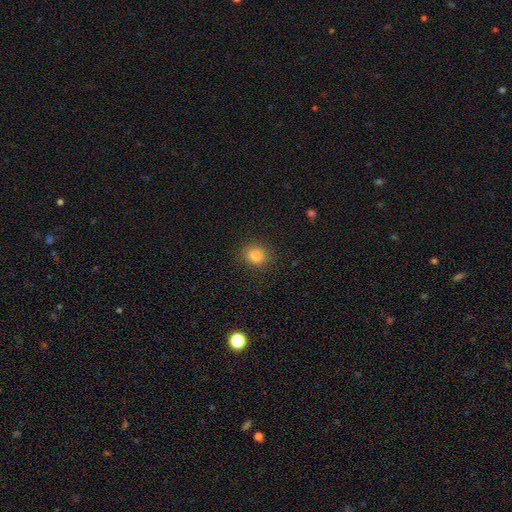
Smooth or featured? 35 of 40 (88%) said smooth. How rounded? 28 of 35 (80%) said round. Merging? 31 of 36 (86%) said none.